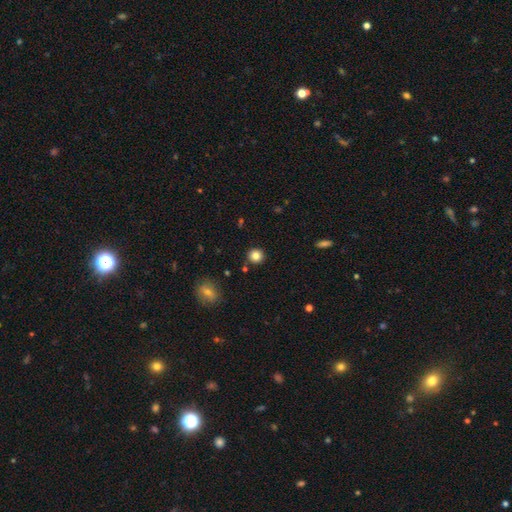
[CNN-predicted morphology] The model was most divided on "smooth or featured": smooth: 83%, star or artifact: 11%, featured or disk: 6%. More confident: how rounded — round (92%); merging — none (89%).